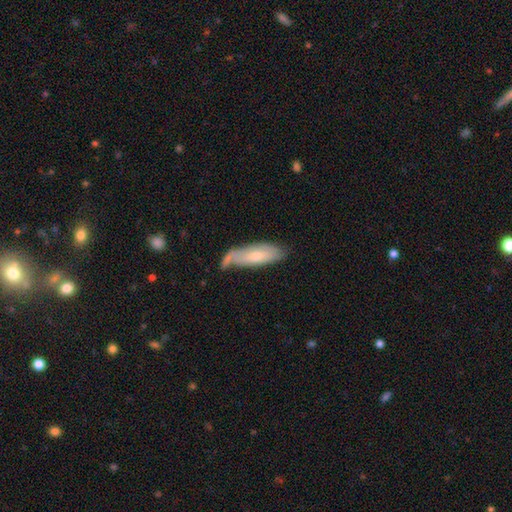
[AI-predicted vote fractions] A smooth galaxy with no disk features (62%) that is in between round and cigar-shaped (56%). Merging: none (46%).